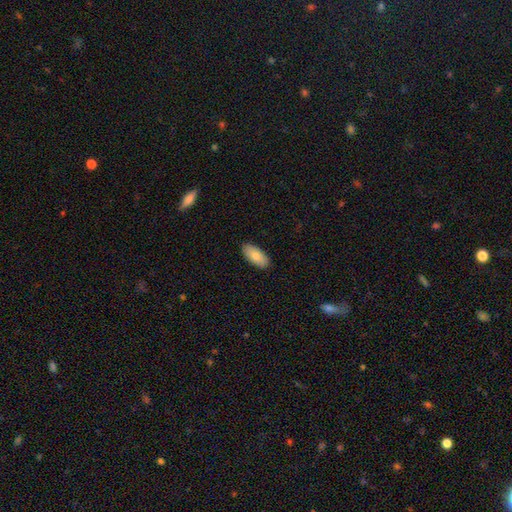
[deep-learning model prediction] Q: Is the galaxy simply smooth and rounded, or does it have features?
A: smooth — 80%.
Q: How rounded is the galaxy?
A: in between — 92%.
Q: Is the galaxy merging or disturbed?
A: none — 89%.